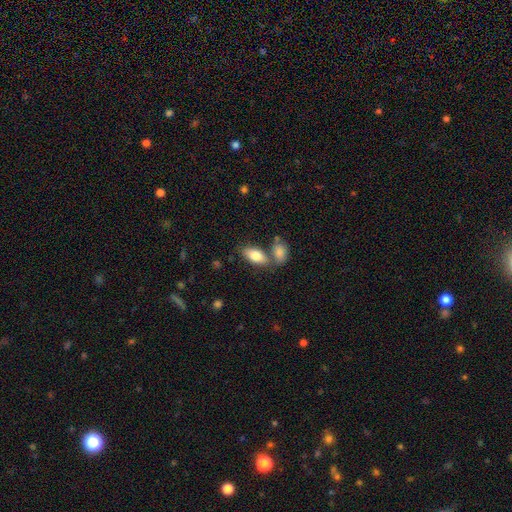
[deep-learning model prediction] Smooth or featured?
  - smooth: 81% *
  - featured or disk: 13%
  - star or artifact: 6%
How rounded?
  - in between: 89% *
  - cigar-shaped: 7%
  - round: 3%
Merging?
  - none: 59% *
  - merger: 26%
  - minor disturbance: 11%
  - major disturbance: 3%